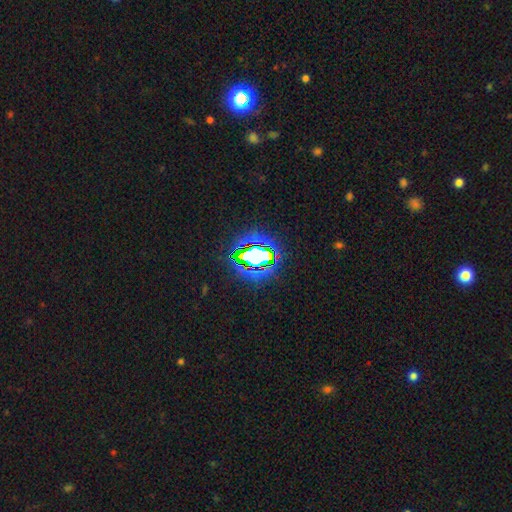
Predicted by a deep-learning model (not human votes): Q: Smooth or featured?
A: star or artifact (69%); runner-up: smooth (19%)